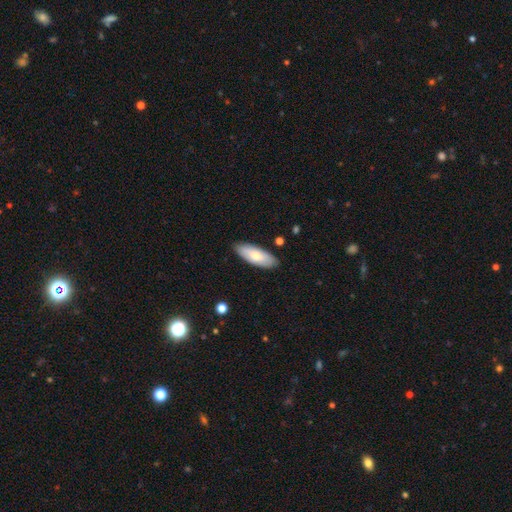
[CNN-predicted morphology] This appears to be a smooth galaxy with no disk features (72%) that is in between round and cigar-shaped (78%). Merging: none (85%).